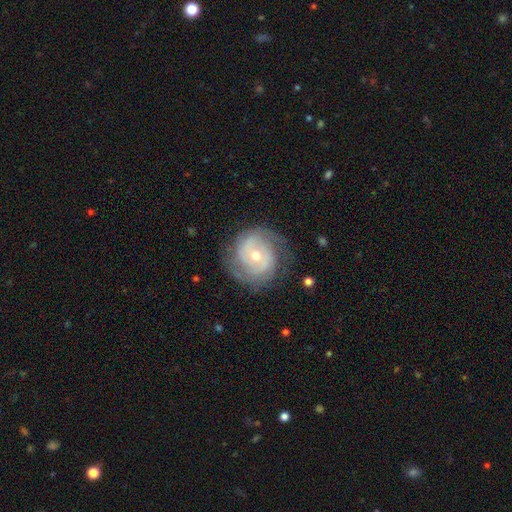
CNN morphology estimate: Smooth or featured: featured or disk — 83% (smooth — 11%)
Edge-on disk: no — 98% (yes — 2%)
Bar: no — 61% (weak — 30%)
Spiral arms: yes — 94% (no — 6%)
Spiral winding: tight — 60% (medium — 31%)
Spiral arm count: 2 — 61% (can't tell — 18%)
Bulge size: small — 49% (moderate — 47%)
Merging: none — 77% (minor disturbance — 15%)